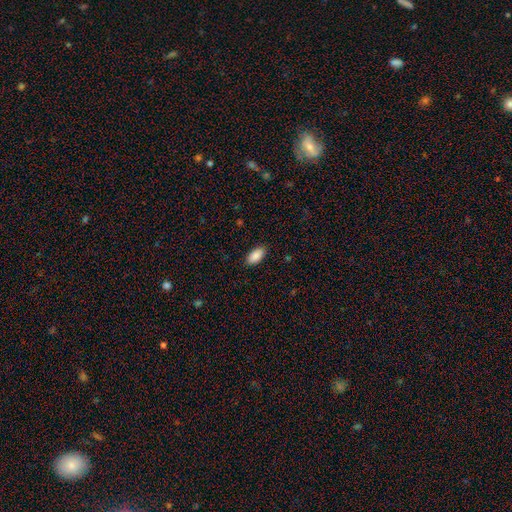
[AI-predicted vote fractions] Smooth or featured: smooth — 89% (star or artifact — 6%)
How rounded: in between — 94% (cigar-shaped — 4%)
Merging: none — 89% (minor disturbance — 8%)